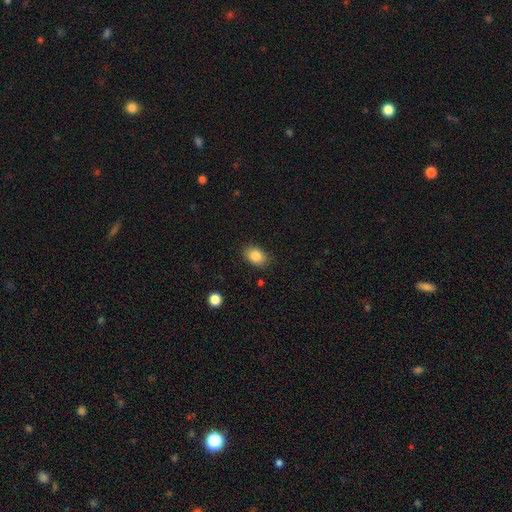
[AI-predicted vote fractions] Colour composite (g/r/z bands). It shows a smooth galaxy with no disk features (87%) that is in between round and cigar-shaped (77%). Merging: none (83%).